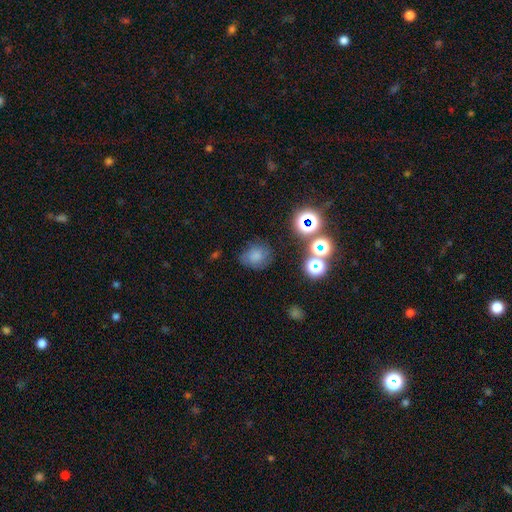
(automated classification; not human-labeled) smooth-or-featured: smooth: 70% | star or artifact: 19% | featured or disk: 12%
  how-rounded: round: 57% | in between: 42% | cigar-shaped: 1%
  merging: none: 71% | minor disturbance: 18% | major disturbance: 7% | merger: 4%